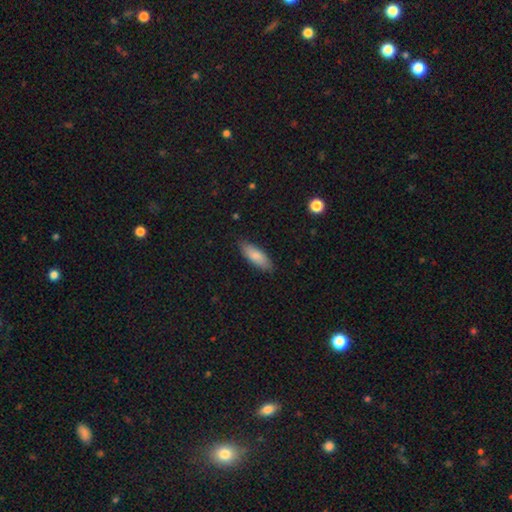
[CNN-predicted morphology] Smooth or featured: smooth — 84% (featured or disk — 10%)
How rounded: in between — 67% (cigar-shaped — 31%)
Merging: none — 84% (minor disturbance — 13%)